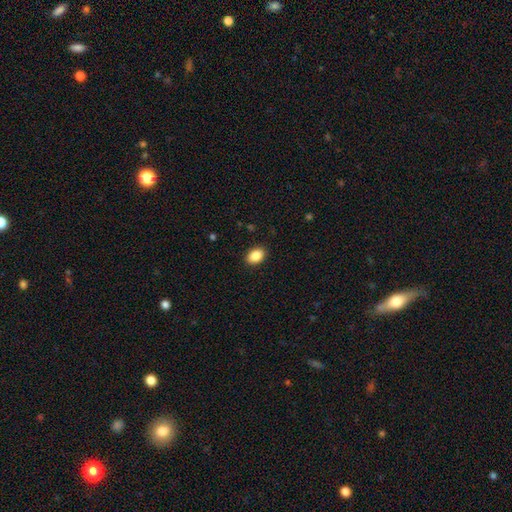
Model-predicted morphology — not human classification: smooth 88%, star or artifact 8%, featured or disk 5%. Down the decision tree: how rounded — in between (81%); merging — none (89%).